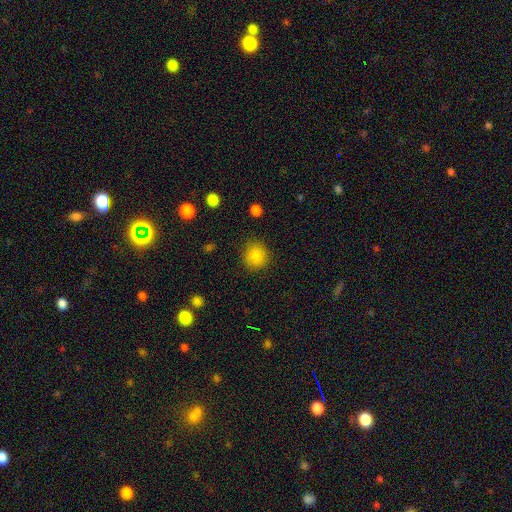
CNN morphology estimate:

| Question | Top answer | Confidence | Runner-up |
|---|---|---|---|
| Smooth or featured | smooth | 85% | star or artifact (10%) |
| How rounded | round | 88% | in between (11%) |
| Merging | none | 88% | minor disturbance (8%) |